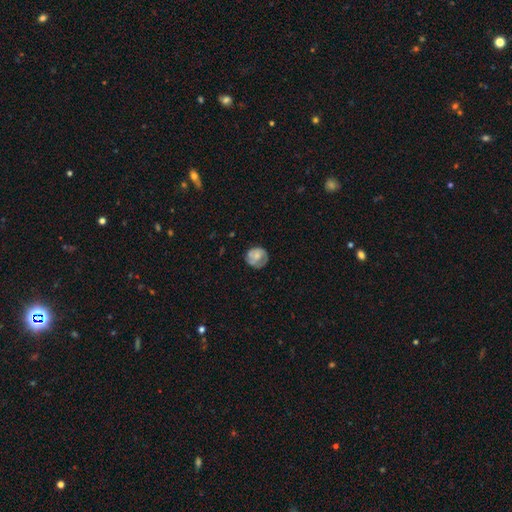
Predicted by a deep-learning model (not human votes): A smooth galaxy with no disk features (53%) that is round (80%).

Vote fractions:
- Smooth or featured? smooth: 53% / featured or disk: 40% / star or artifact: 7%
- How rounded? round: 80% / in between: 19% / cigar-shaped: 1%
- Merging? none: 63% / minor disturbance: 25% / major disturbance: 11% / merger: 2%